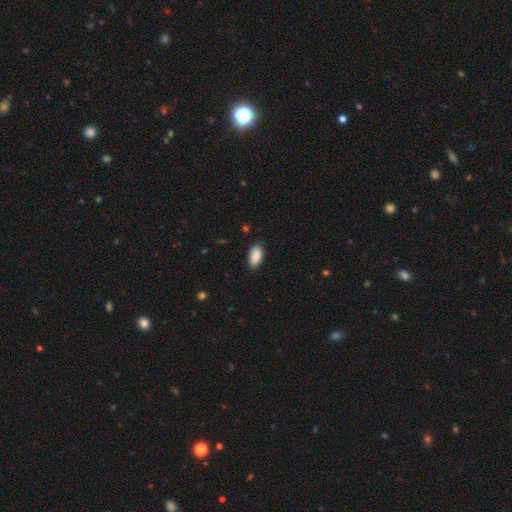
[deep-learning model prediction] Overall: smooth (90%). How rounded: in between (93%). Merging: none (84%).